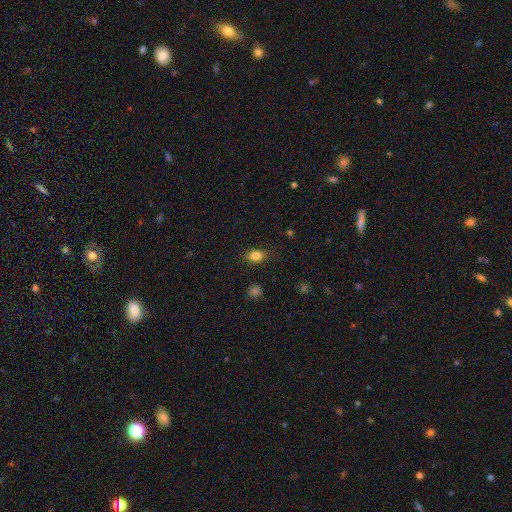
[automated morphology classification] A smooth galaxy with no disk features (83%) that is in between round and cigar-shaped (71%).

Vote fractions:
- Smooth or featured? smooth: 83% / star or artifact: 11% / featured or disk: 6%
- How rounded? in between: 71% / round: 28% / cigar-shaped: 2%
- Merging? none: 84% / minor disturbance: 12% / major disturbance: 3% / merger: 1%